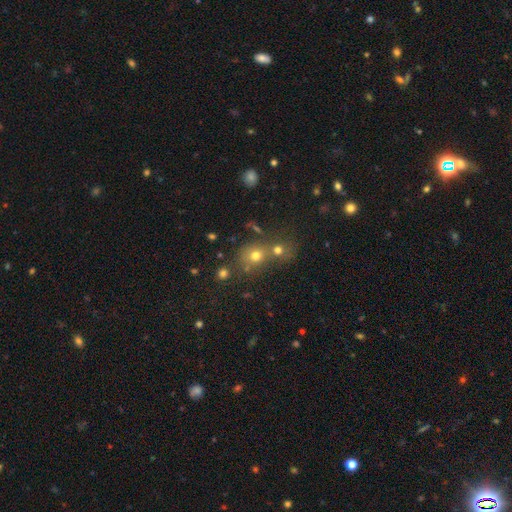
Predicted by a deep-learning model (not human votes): Smooth or featured: smooth — 66% (star or artifact — 21%)
How rounded: round — 75% (in between — 23%)
Merging: none — 44% (merger — 43%)